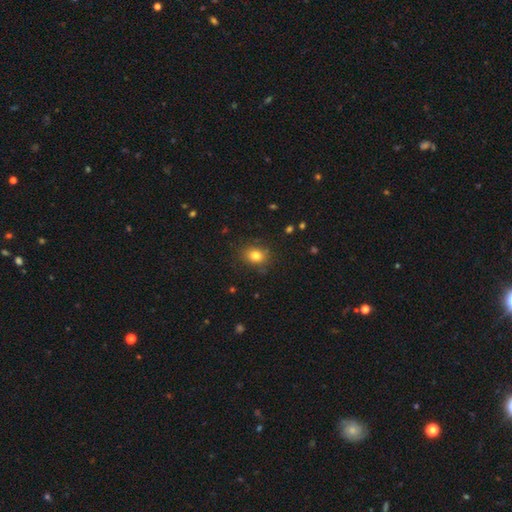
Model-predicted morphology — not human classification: Smooth or featured?
  - smooth: 81% *
  - star or artifact: 12%
  - featured or disk: 7%
How rounded?
  - round: 59% *
  - in between: 40%
  - cigar-shaped: 1%
Merging?
  - none: 84% *
  - minor disturbance: 12%
  - major disturbance: 3%
  - merger: 1%